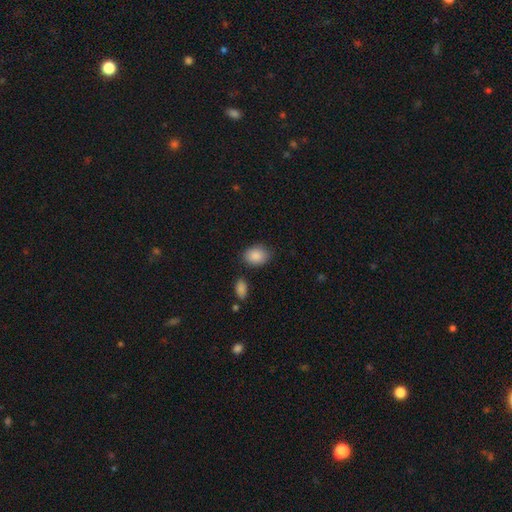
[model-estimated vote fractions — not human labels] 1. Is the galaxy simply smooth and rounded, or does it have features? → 88% smooth, 7% star or artifact, 4% featured or disk.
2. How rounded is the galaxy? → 68% in between, 31% round, 1% cigar-shaped.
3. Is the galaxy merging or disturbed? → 79% none, 14% minor disturbance, 4% merger, 3% major disturbance.